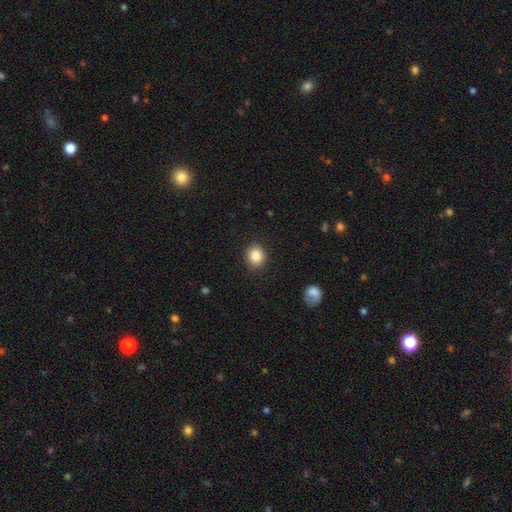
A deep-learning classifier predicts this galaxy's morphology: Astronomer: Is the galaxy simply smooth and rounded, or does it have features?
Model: smooth — 86%.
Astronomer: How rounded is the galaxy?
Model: round — 73%.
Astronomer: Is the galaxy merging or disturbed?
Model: none — 89%.